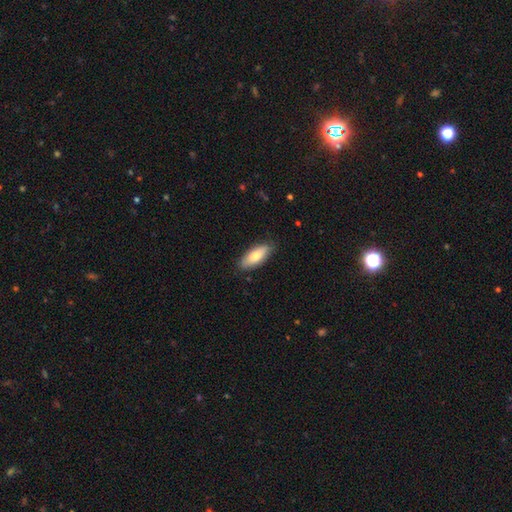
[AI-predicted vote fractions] Smooth or featured: smooth — 76% (featured or disk — 18%)
How rounded: in between — 77% (cigar-shaped — 21%)
Merging: none — 85% (minor disturbance — 12%)